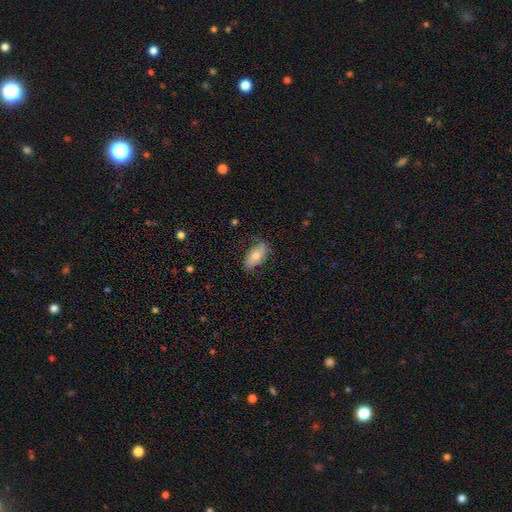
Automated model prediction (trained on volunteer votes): smooth 49%, featured or disk 43%, star or artifact 8%. Down the decision tree: merging — none (69%).